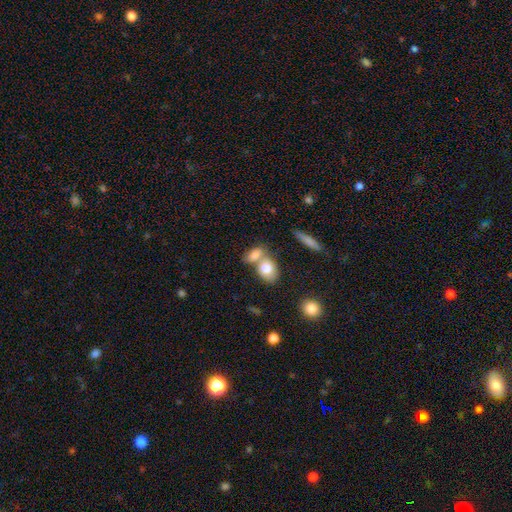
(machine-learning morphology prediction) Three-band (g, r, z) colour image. It shows a smooth galaxy with no disk features (75%) that is in between round and cigar-shaped (75%). Merging: merger (46%).